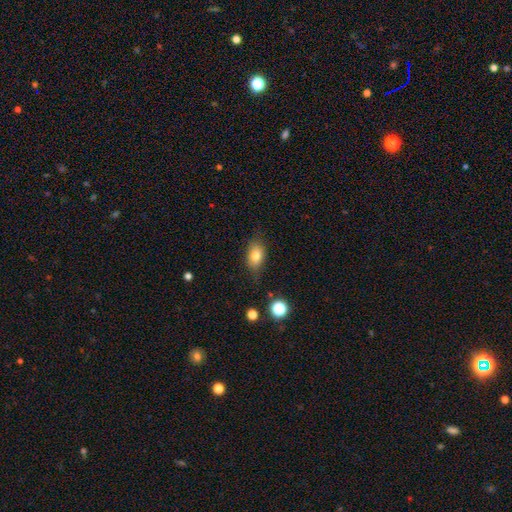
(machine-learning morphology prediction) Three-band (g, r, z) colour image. It shows a smooth galaxy with no disk features (78%) that is in between round and cigar-shaped (81%). Merging: none (72%).